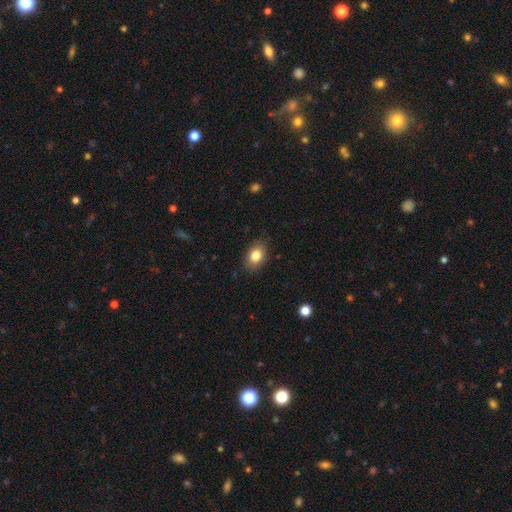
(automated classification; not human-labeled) A smooth galaxy with no disk features (83%) that is in between round and cigar-shaped (77%). Merging: none (84%).